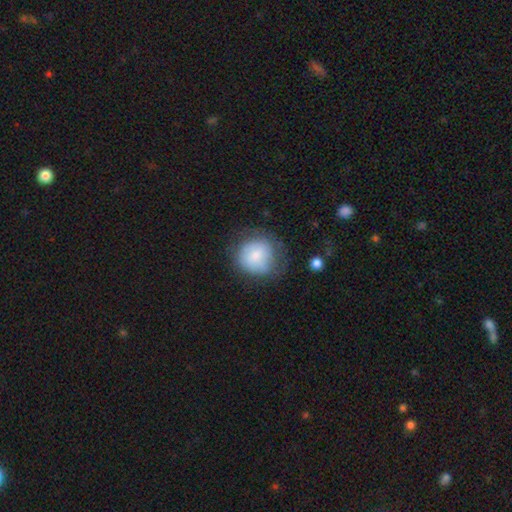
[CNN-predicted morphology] smooth 72%, featured or disk 21%, star or artifact 8%. Down the decision tree: how rounded — round (86%); merging — none (61%).